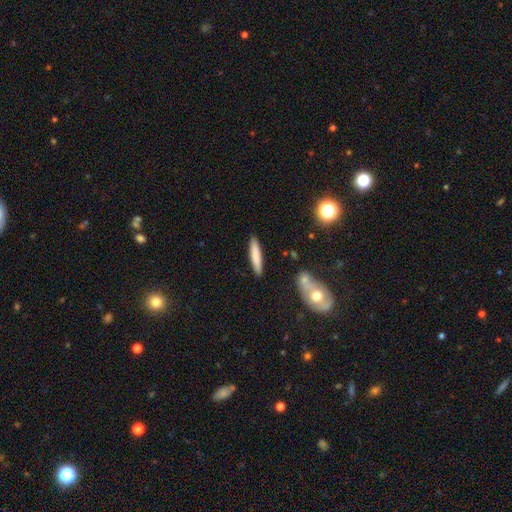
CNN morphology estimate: This appears to be a smooth galaxy with no disk features (79%) that is cigar-shaped (88%). Merging: none (88%).